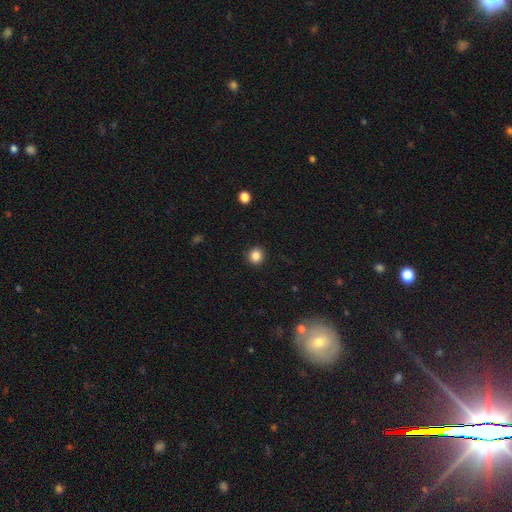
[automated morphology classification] smooth 86%, star or artifact 11%, featured or disk 3%. Down the decision tree: how rounded — round (90%); merging — none (92%).